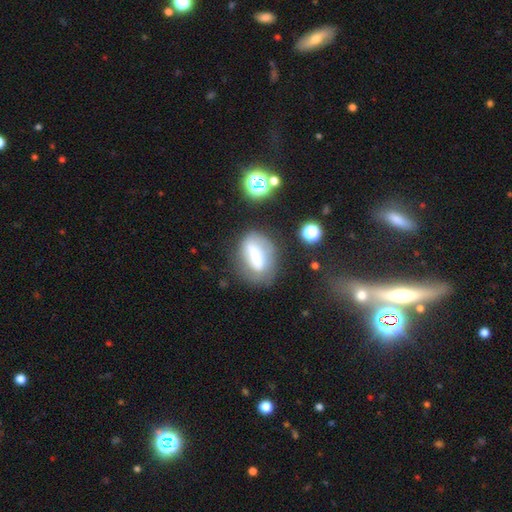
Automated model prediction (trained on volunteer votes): Smooth or featured?
  - smooth: 54% *
  - featured or disk: 36%
  - star or artifact: 10%
How rounded?
  - in between: 75% *
  - round: 14%
  - cigar-shaped: 12%
Merging?
  - none: 58% *
  - minor disturbance: 22%
  - major disturbance: 14%
  - merger: 6%